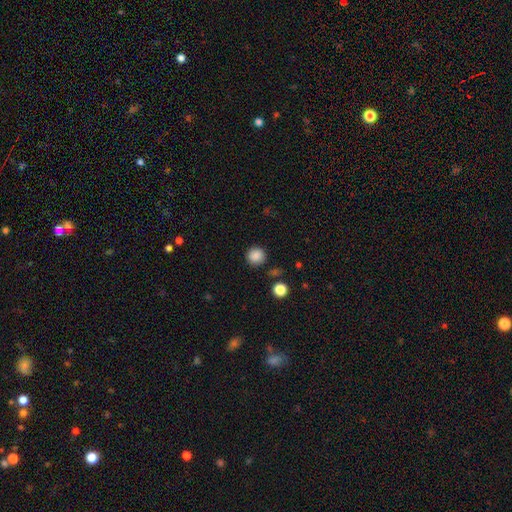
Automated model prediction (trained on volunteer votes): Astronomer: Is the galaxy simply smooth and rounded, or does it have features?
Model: smooth — 87%.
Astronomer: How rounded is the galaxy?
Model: round — 92%.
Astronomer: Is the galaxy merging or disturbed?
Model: none — 88%.